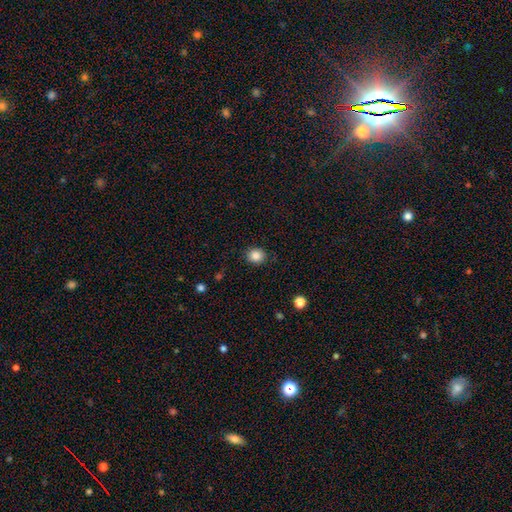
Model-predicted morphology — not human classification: smooth 86%, star or artifact 10%, featured or disk 4%. Down the decision tree: how rounded — round (80%); merging — none (88%).